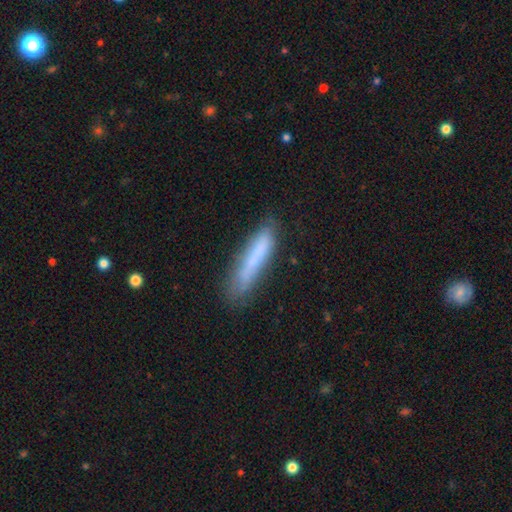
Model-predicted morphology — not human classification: Overall: smooth (72%). How rounded: cigar-shaped (87%). Merging: none (68%).